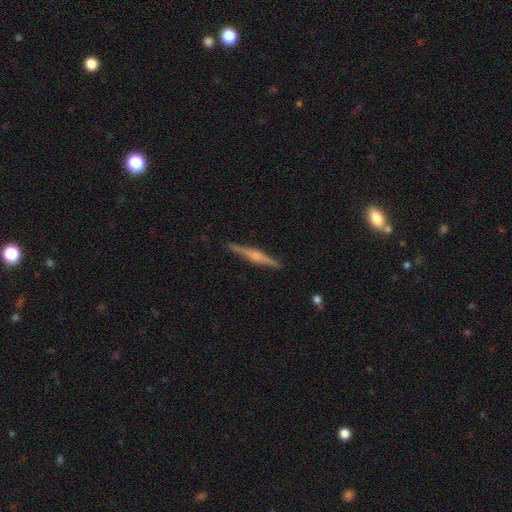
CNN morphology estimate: smooth_or_featured: featured or disk (p=0.69) [alt: smooth p=0.25]
disk_edge_on: yes (p=0.98) [alt: no p=0.02]
edge_on_bulge: rounded (p=0.68) [alt: boxy p=0.18]
merging: none (p=0.90) [alt: minor disturbance p=0.07]